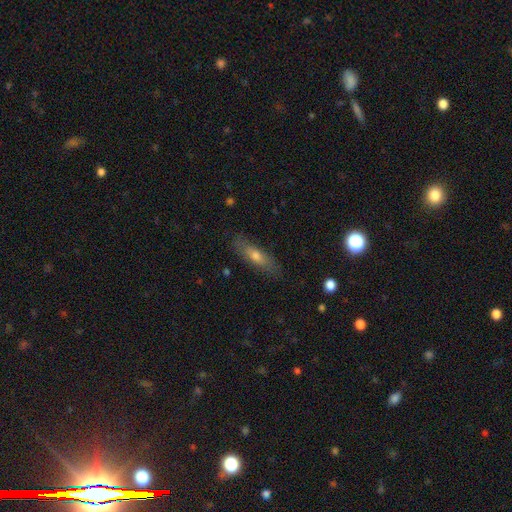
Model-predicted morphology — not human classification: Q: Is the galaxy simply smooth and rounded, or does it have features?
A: smooth — 57%.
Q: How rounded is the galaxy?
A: cigar-shaped — 61%.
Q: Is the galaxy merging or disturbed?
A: none — 82%.